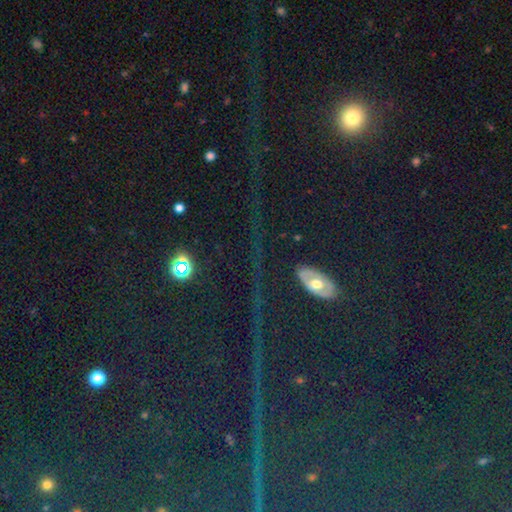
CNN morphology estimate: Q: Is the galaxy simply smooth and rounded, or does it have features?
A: star or artifact — 56%.